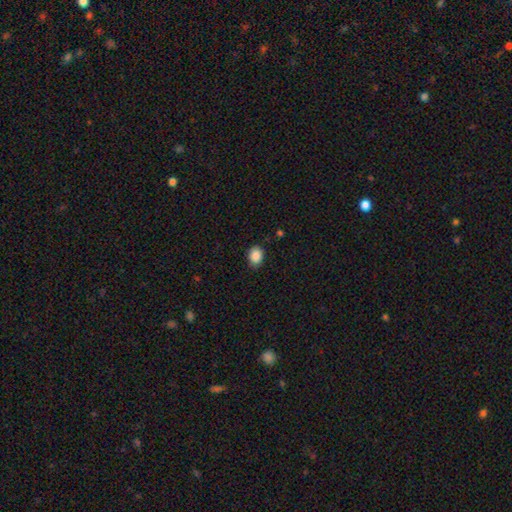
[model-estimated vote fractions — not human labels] A smooth galaxy with no disk features (88%) that is in between round and cigar-shaped (65%). Merging: none (83%).